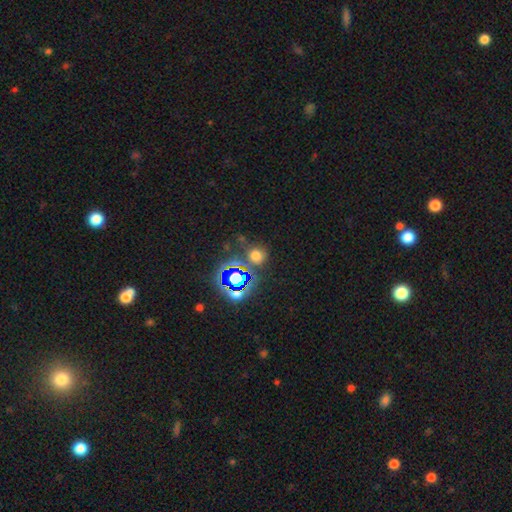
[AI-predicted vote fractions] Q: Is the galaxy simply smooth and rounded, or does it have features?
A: smooth — 58%.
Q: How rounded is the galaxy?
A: round — 84%.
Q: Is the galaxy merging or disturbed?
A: none — 75%.